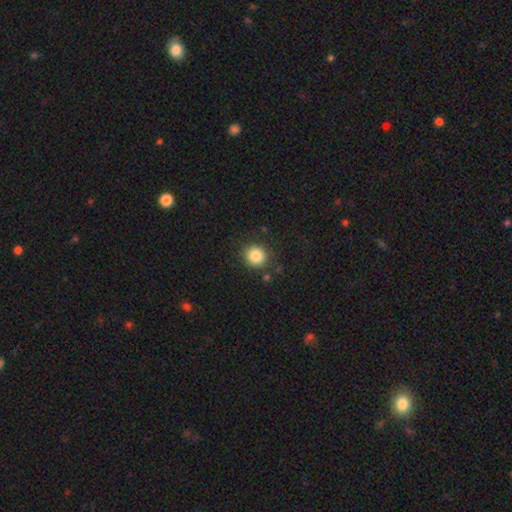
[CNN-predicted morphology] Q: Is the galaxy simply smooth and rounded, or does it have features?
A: smooth — 84%.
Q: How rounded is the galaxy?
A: round — 87%.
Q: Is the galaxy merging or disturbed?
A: none — 85%.